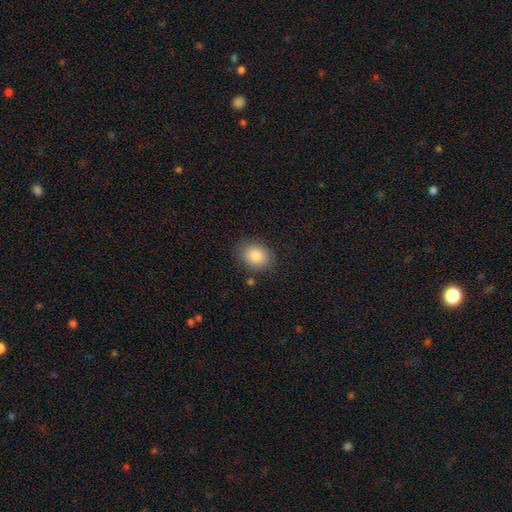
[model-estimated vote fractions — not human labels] Smooth or featured: smooth — 85% (star or artifact — 8%)
How rounded: round — 56% (in between — 44%)
Merging: none — 81% (minor disturbance — 13%)